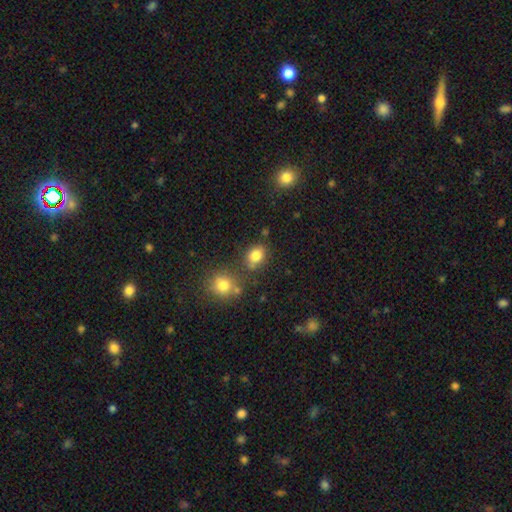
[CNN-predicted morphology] Smooth or featured?
  - smooth: 82% *
  - star or artifact: 12%
  - featured or disk: 6%
How rounded?
  - round: 53% *
  - in between: 46%
  - cigar-shaped: 1%
Merging?
  - none: 70% *
  - minor disturbance: 13%
  - merger: 12%
  - major disturbance: 4%